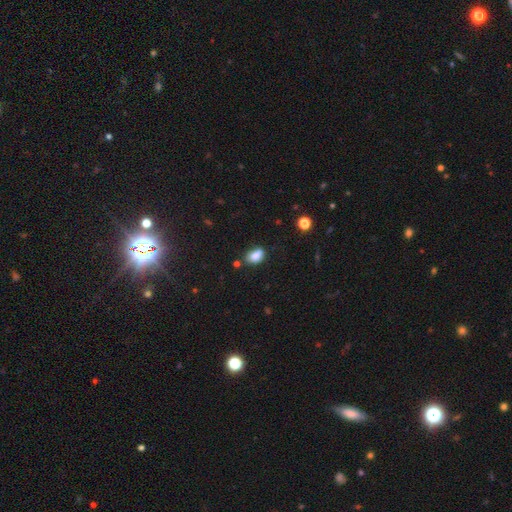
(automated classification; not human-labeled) The model was most divided on "merging": none: 60%, minor disturbance: 22%, merger: 12%, major disturbance: 5%. More confident: how rounded — in between (83%); smooth or featured — smooth (82%).